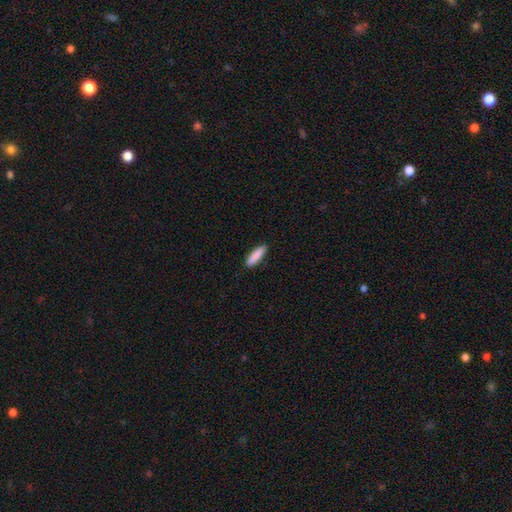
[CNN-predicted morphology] A smooth galaxy with no disk features (88%) that is cigar-shaped (68%). Merging: none (89%).